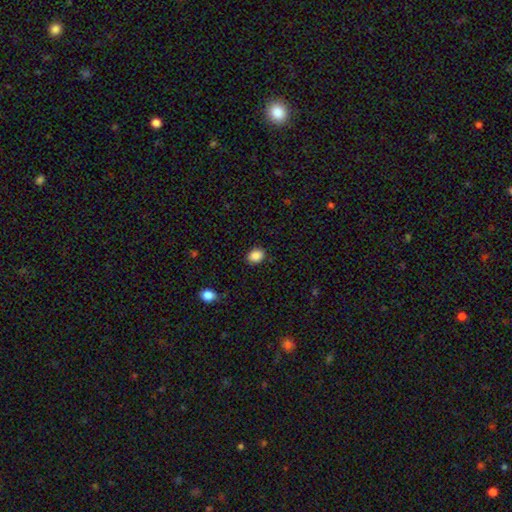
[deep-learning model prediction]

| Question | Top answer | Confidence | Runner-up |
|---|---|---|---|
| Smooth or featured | smooth | 87% | star or artifact (9%) |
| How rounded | in between | 51% | round (48%) |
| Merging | none | 88% | minor disturbance (9%) |